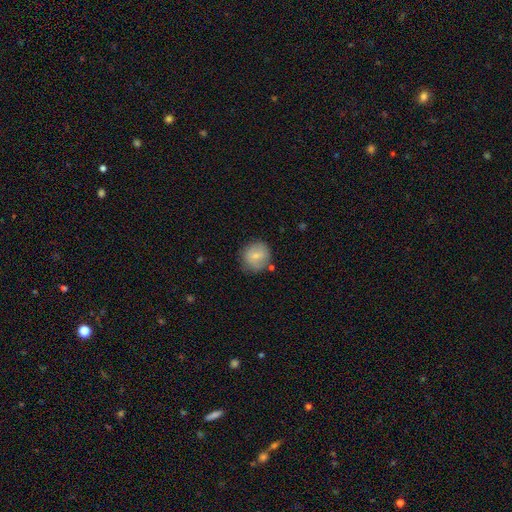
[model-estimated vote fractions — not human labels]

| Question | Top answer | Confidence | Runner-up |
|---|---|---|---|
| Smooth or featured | smooth | 71% | featured or disk (22%) |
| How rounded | round | 84% | in between (15%) |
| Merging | none | 71% | minor disturbance (19%) |